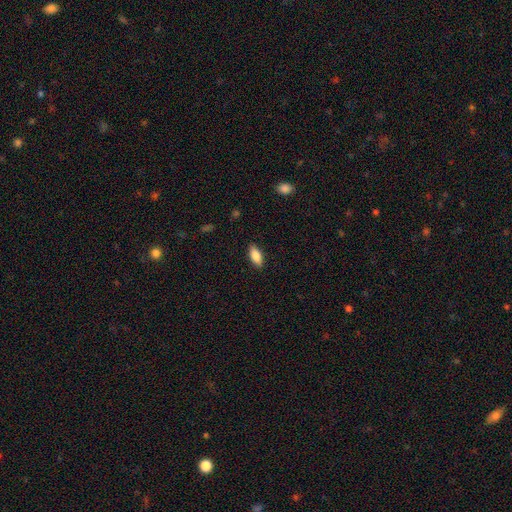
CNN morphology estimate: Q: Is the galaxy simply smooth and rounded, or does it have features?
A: smooth — 84%.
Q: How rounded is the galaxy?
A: in between — 83%.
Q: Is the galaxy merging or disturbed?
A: none — 88%.